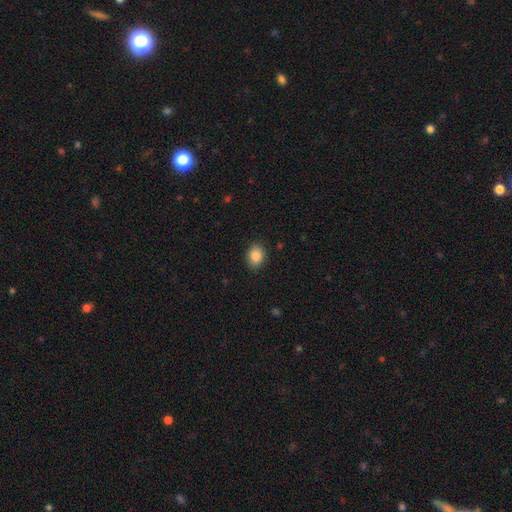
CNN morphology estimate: Smooth or featured: smooth — 86% (star or artifact — 9%)
How rounded: in between — 61% (round — 38%)
Merging: none — 88% (minor disturbance — 8%)